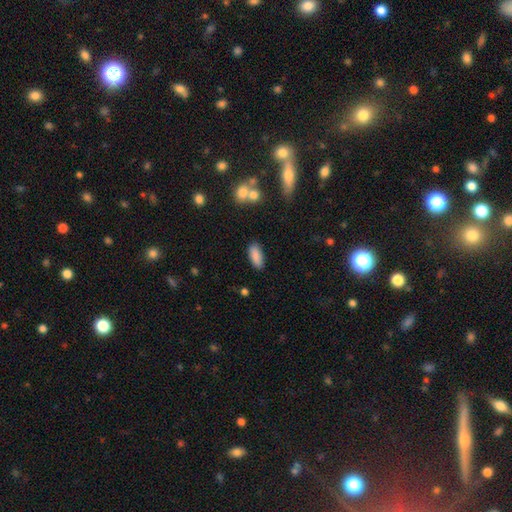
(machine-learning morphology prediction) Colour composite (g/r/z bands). It shows a smooth galaxy with no disk features (87%) that is in between round and cigar-shaped (81%). Merging: none (86%).